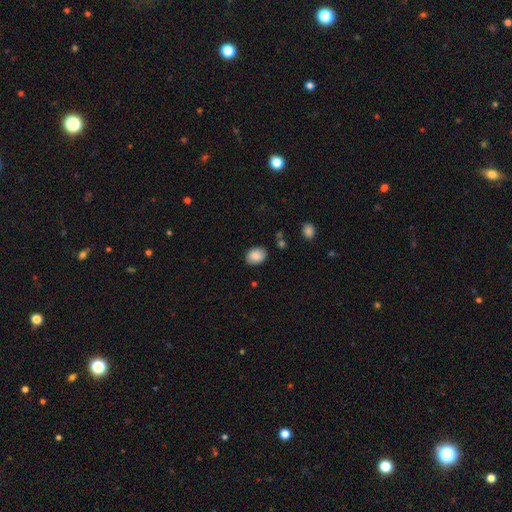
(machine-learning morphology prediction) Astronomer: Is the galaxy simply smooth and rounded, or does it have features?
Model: smooth — 87%.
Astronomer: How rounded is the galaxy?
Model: in between — 65%.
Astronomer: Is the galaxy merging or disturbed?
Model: none — 85%.